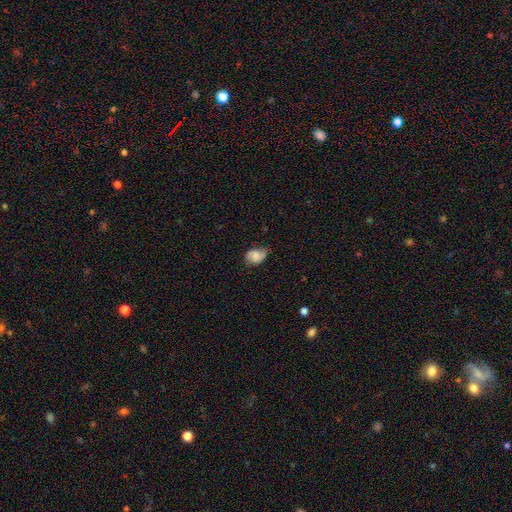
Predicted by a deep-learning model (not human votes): smooth_or_featured: smooth (p=0.55) [alt: featured or disk p=0.36]
how_rounded: in between (p=0.70) [alt: round p=0.28]
merging: none (p=0.59) [alt: minor disturbance p=0.31]